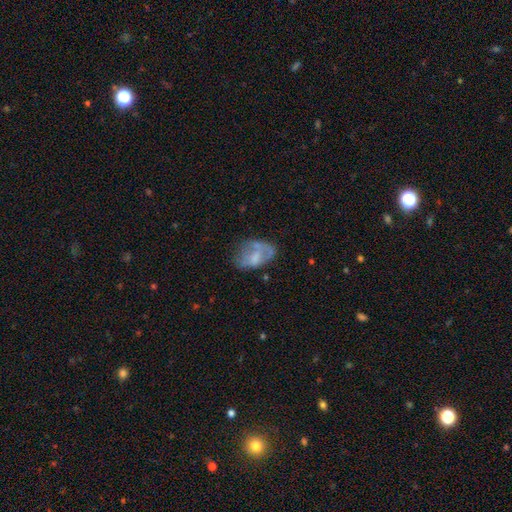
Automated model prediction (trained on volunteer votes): smooth_or_featured: smooth (p=0.50) [alt: featured or disk p=0.41]
how_rounded: in between (p=0.89) [alt: round p=0.10]
merging: none (p=0.42) [alt: minor disturbance p=0.29]